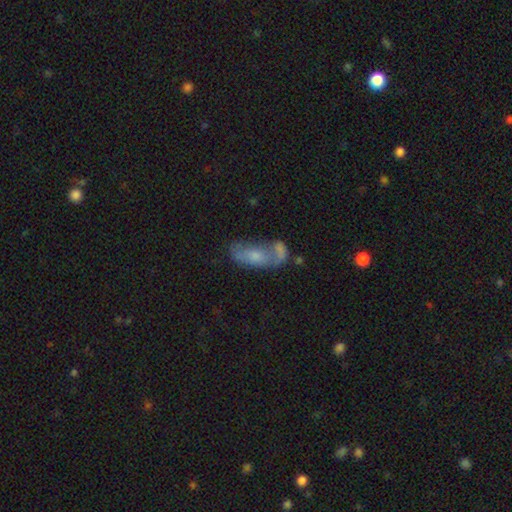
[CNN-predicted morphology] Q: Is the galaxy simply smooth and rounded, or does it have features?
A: smooth — 46%.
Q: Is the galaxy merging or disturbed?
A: merger — 32%.